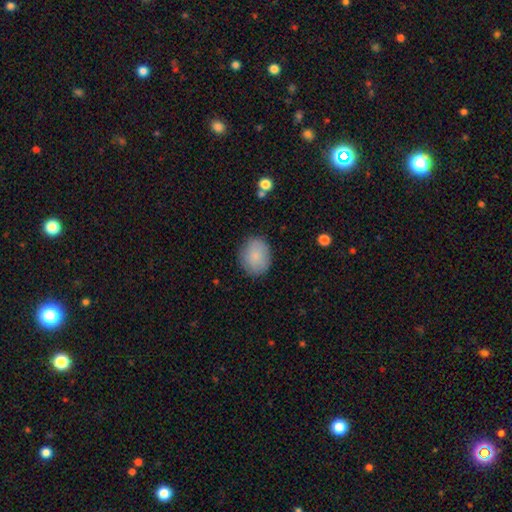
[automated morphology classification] smooth 85%, featured or disk 8%, star or artifact 7%. Down the decision tree: how rounded — round (52%); merging — none (83%).